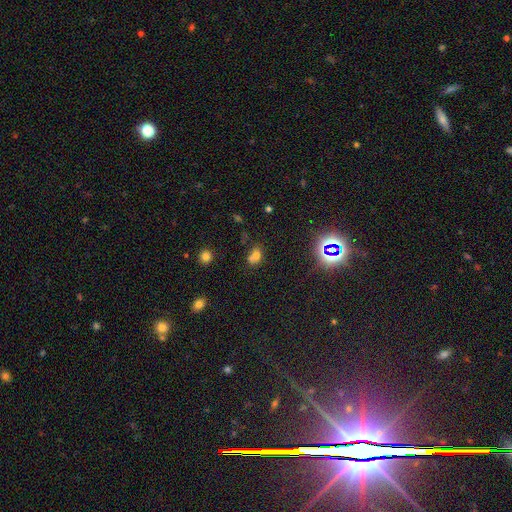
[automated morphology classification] This appears to be a smooth galaxy with no disk features (63%) that is in between round and cigar-shaped (53%). Merging: merger (51%).